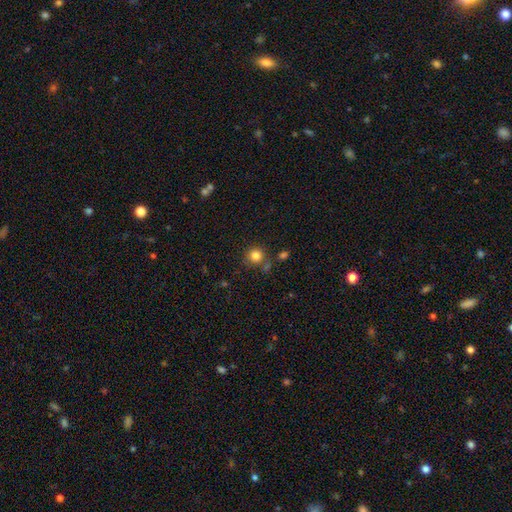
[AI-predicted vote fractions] smooth 83%, star or artifact 12%, featured or disk 6%. Down the decision tree: how rounded — round (92%); merging — none (74%).